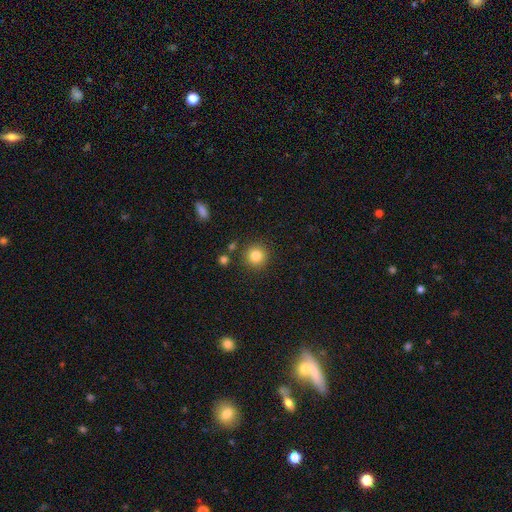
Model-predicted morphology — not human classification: smooth-or-featured: smooth: 83% | star or artifact: 11% | featured or disk: 6%
  how-rounded: round: 94% | in between: 5% | cigar-shaped: 1%
  merging: none: 88% | minor disturbance: 6% | merger: 3% | major disturbance: 2%